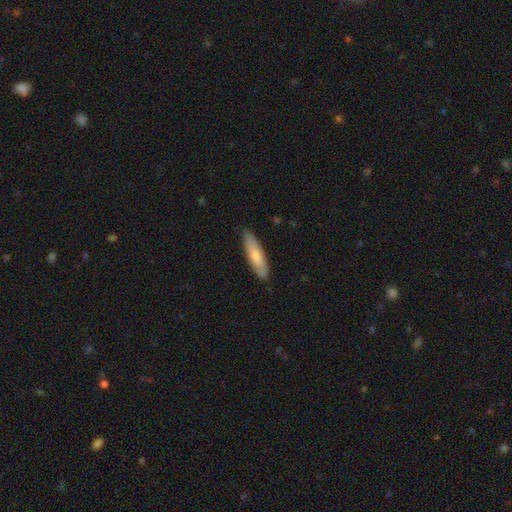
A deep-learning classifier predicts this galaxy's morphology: Smooth or featured: smooth — 73% (featured or disk — 22%)
How rounded: cigar-shaped — 67% (in between — 32%)
Merging: none — 86% (minor disturbance — 11%)